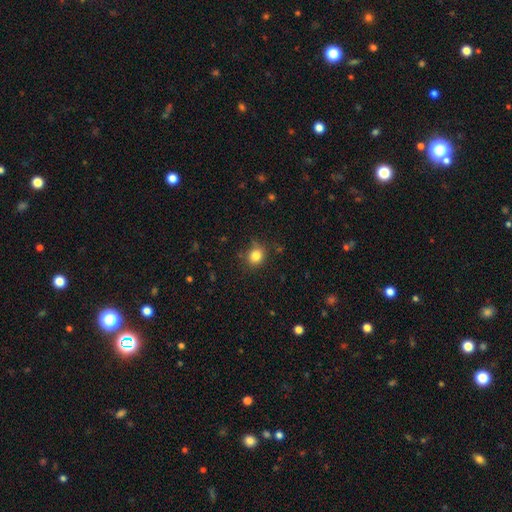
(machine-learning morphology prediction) Smooth or featured?
  - smooth: 83% *
  - star or artifact: 12%
  - featured or disk: 5%
How rounded?
  - round: 79% *
  - in between: 21%
  - cigar-shaped: 1%
Merging?
  - none: 79% *
  - minor disturbance: 15%
  - major disturbance: 4%
  - merger: 2%